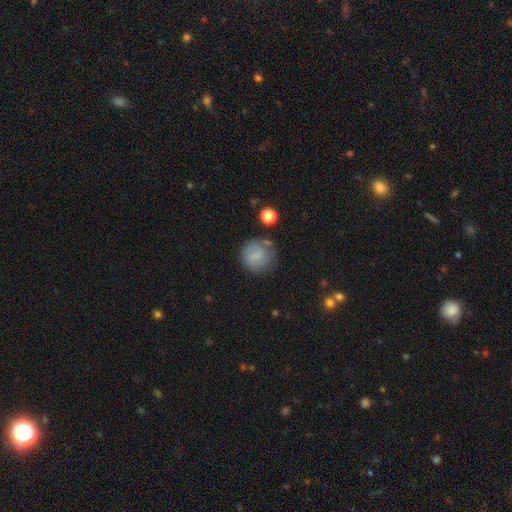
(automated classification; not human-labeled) Morphology: type=smooth (71%); roundness=round (87%); merging=none (61%).